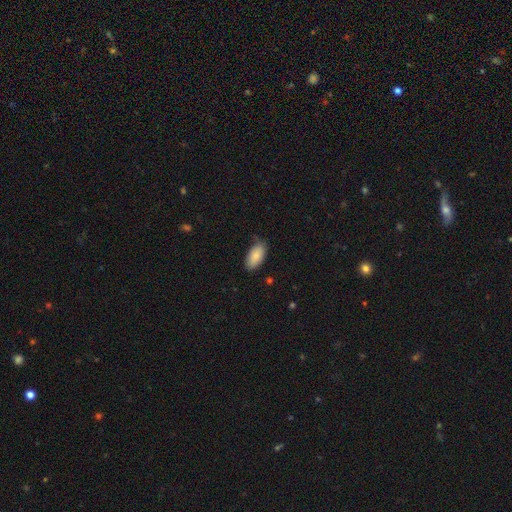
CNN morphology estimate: smooth_or_featured: smooth (p=0.86) [alt: featured or disk p=0.07]
how_rounded: in between (p=0.93) [alt: cigar-shaped p=0.04]
merging: none (p=0.74) [alt: minor disturbance p=0.21]